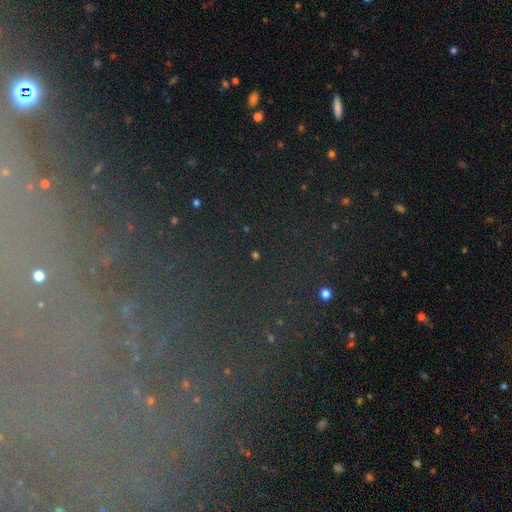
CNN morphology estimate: type=star or artifact (71%).